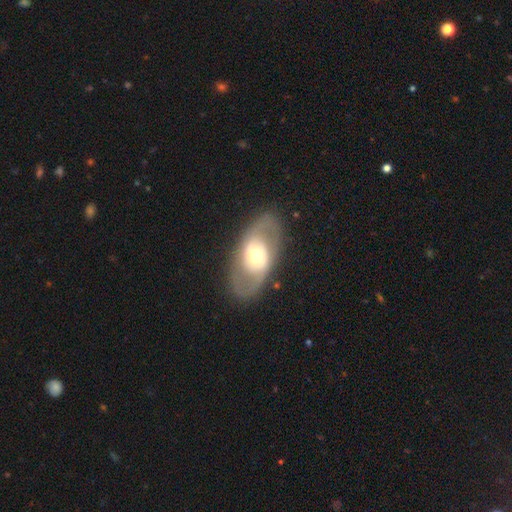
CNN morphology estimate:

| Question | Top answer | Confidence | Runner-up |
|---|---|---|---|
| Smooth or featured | featured or disk | 71% | smooth (23%) |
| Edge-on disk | no | 92% | yes (8%) |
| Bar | no | 64% | weak (24%) |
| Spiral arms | yes | 63% | no (37%) |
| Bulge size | moderate | 59% | small (21%) |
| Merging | none | 82% | minor disturbance (11%) |